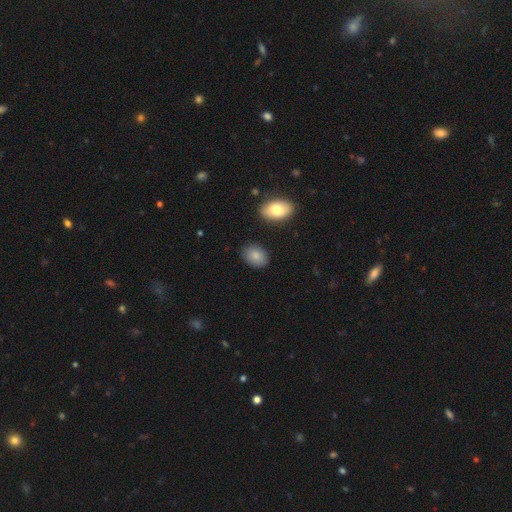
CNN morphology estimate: A smooth galaxy with no disk features (84%) that is in between round and cigar-shaped (75%).

Vote fractions:
- Smooth or featured? smooth: 84% / featured or disk: 8% / star or artifact: 8%
- How rounded? in between: 75% / round: 24% / cigar-shaped: 1%
- Merging? none: 83% / minor disturbance: 12% / major disturbance: 3% / merger: 3%